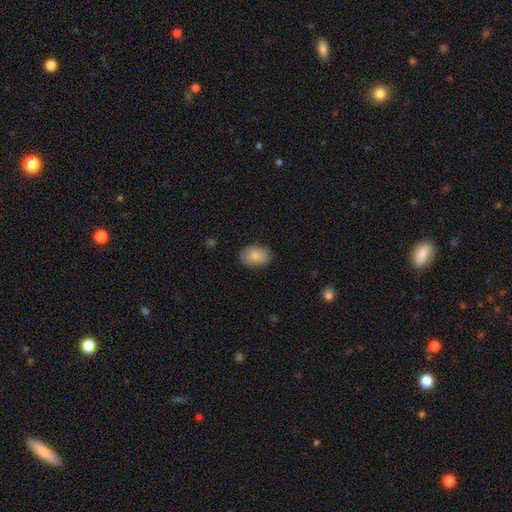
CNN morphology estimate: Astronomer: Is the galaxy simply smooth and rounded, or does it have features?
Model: smooth — 86%.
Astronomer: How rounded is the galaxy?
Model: in between — 81%.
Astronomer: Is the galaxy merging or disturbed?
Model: none — 83%.